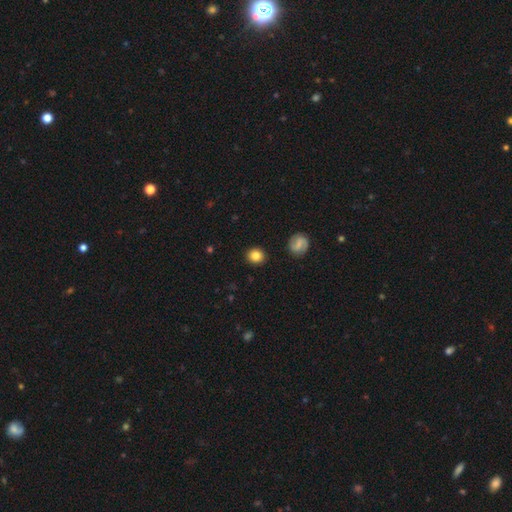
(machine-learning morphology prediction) This appears to be a smooth galaxy with no disk features (82%) that is round (83%). Merging: none (90%).